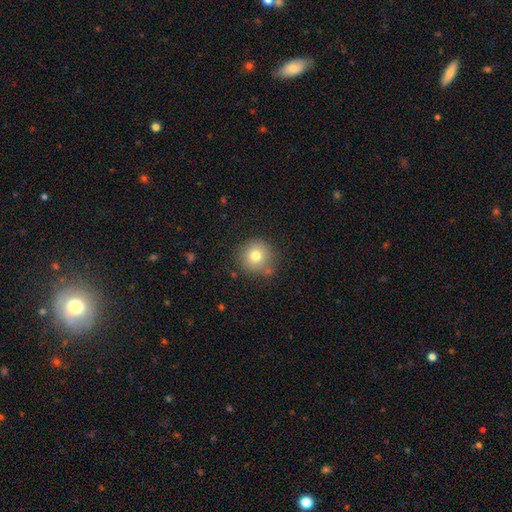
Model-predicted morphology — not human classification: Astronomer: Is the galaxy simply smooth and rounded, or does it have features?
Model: smooth — 76%.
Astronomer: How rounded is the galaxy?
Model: round — 93%.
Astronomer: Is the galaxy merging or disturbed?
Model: none — 78%.